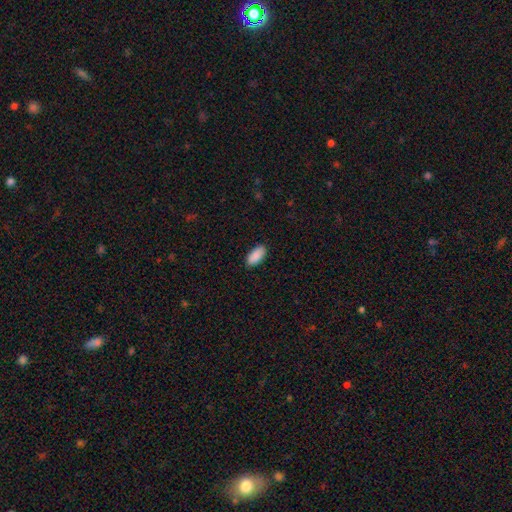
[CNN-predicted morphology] smooth-or-featured: smooth: 91% | star or artifact: 6% | featured or disk: 3%
  how-rounded: in between: 92% | cigar-shaped: 7% | round: 2%
  merging: none: 89% | minor disturbance: 8% | major disturbance: 2% | merger: 1%